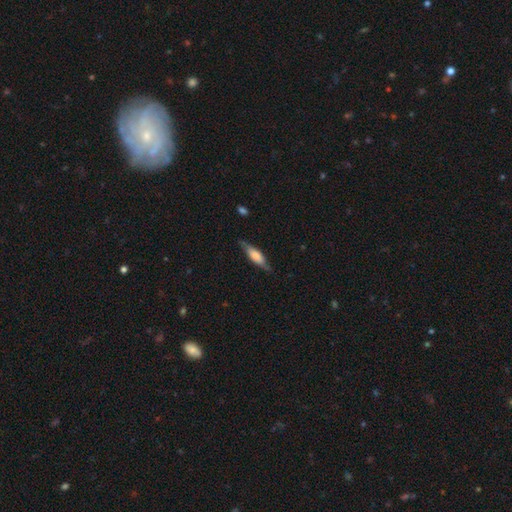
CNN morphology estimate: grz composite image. It shows a smooth galaxy with no disk features (57%) that is cigar-shaped (56%). Merging: none (76%).